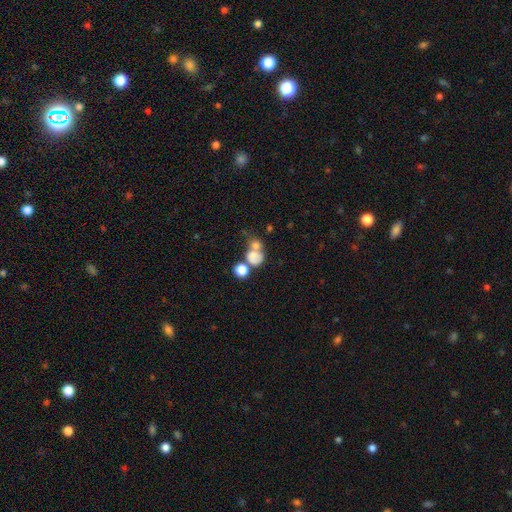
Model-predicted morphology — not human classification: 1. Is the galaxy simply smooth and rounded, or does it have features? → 51% smooth, 26% star or artifact, 23% featured or disk.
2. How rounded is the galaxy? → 65% round, 33% in between, 2% cigar-shaped.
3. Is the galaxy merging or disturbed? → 43% merger, 33% none, 13% major disturbance, 12% minor disturbance.